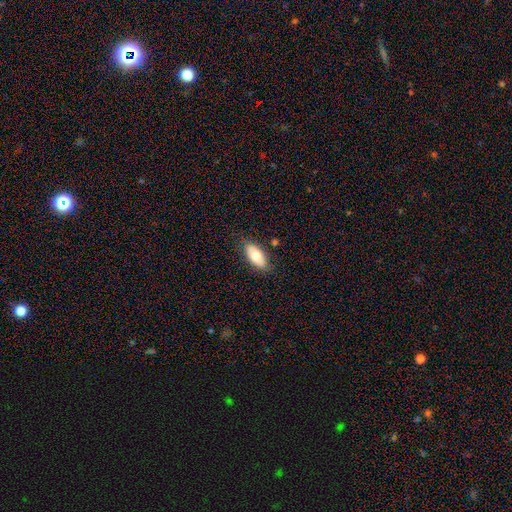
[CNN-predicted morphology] smooth_or_featured: smooth (p=0.75) [alt: featured or disk p=0.18]
how_rounded: in between (p=0.88) [alt: cigar-shaped p=0.09]
merging: none (p=0.83) [alt: minor disturbance p=0.13]